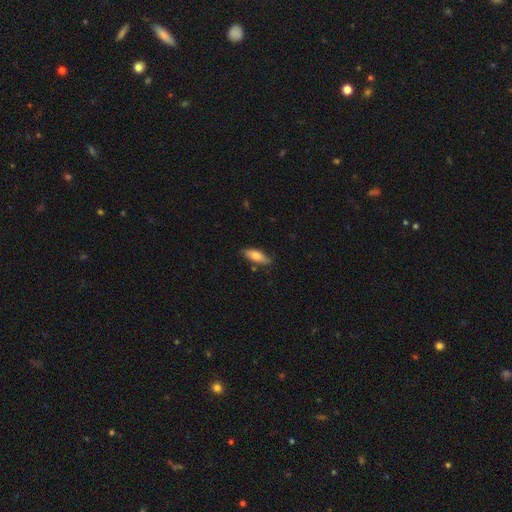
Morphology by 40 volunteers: smooth-or-featured: smooth: 75% | featured or disk: 20% | star or artifact: 5%
  how-rounded: in between: 70% | cigar-shaped: 30% | round: 0%
  merging: none: 63% | minor disturbance: 26% | major disturbance: 5% | merger: 5%